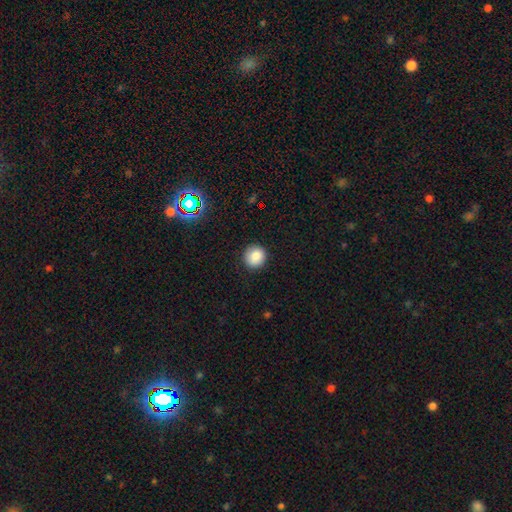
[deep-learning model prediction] A smooth galaxy with no disk features (85%) that is round (92%).

Vote fractions:
- Smooth or featured? smooth: 85% / star or artifact: 10% / featured or disk: 5%
- How rounded? round: 92% / in between: 7% / cigar-shaped: 1%
- Merging? none: 89% / minor disturbance: 8% / major disturbance: 2% / merger: 1%